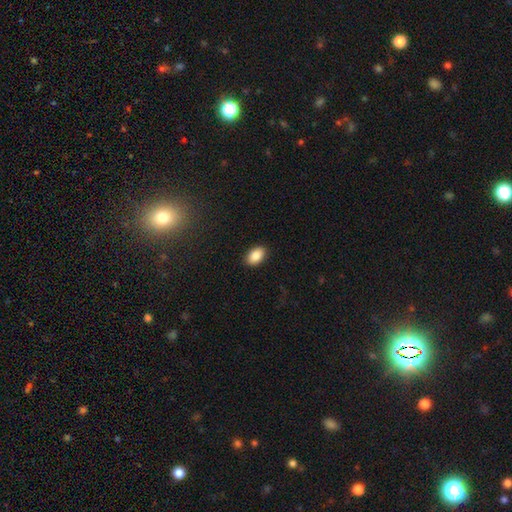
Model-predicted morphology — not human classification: Smooth or featured?
  - smooth: 88% *
  - star or artifact: 7%
  - featured or disk: 5%
How rounded?
  - in between: 90% *
  - round: 8%
  - cigar-shaped: 1%
Merging?
  - none: 89% *
  - minor disturbance: 8%
  - major disturbance: 2%
  - merger: 1%